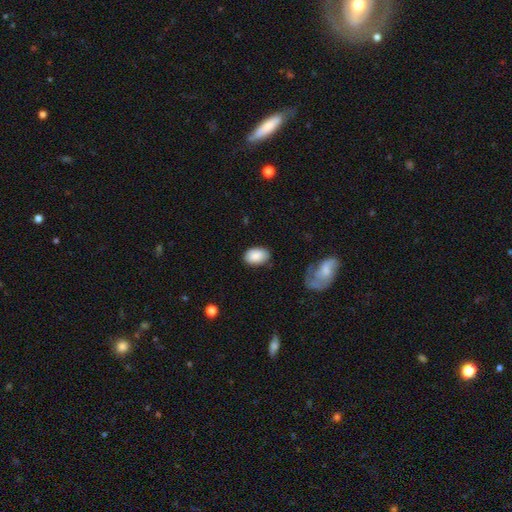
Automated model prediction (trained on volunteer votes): Overall: smooth (85%). How rounded: in between (87%). Merging: none (76%).